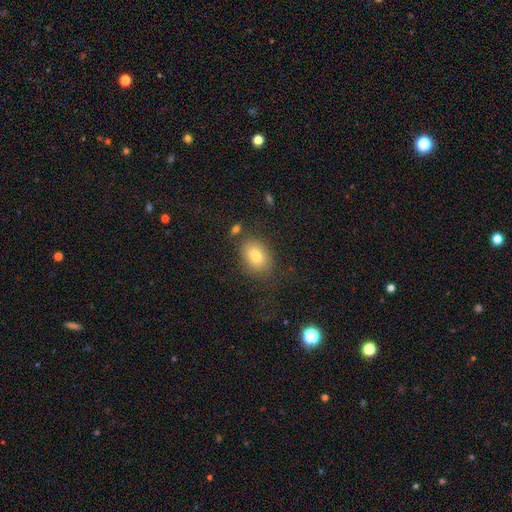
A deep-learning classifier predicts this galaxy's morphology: The model was most divided on "how rounded": in between: 74%, round: 25%, cigar-shaped: 1%. More confident: smooth or featured — smooth (79%); merging — none (75%).